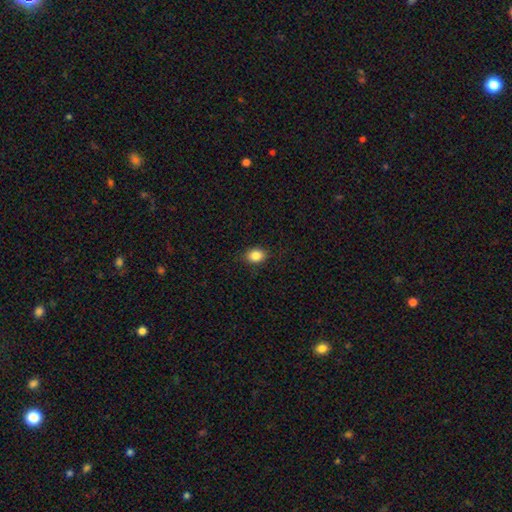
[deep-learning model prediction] smooth 85%, star or artifact 10%, featured or disk 5%. Down the decision tree: how rounded — in between (55%); merging — none (87%).